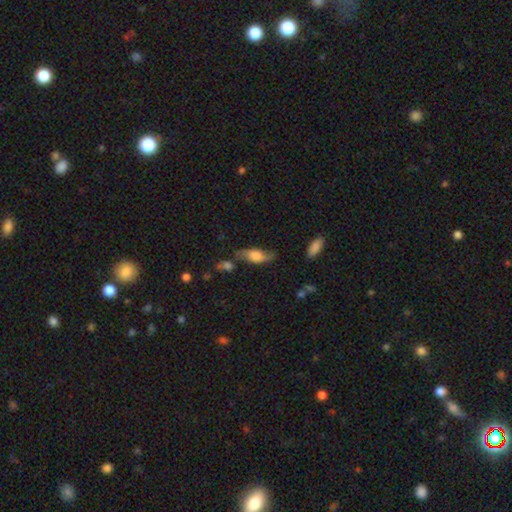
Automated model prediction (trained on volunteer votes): A smooth galaxy with no disk features (53%) that is in between round and cigar-shaped (76%).

Vote fractions:
- Smooth or featured? smooth: 53% / featured or disk: 39% / star or artifact: 8%
- How rounded? in between: 76% / cigar-shaped: 19% / round: 5%
- Merging? none: 61% / minor disturbance: 24% / major disturbance: 9% / merger: 6%